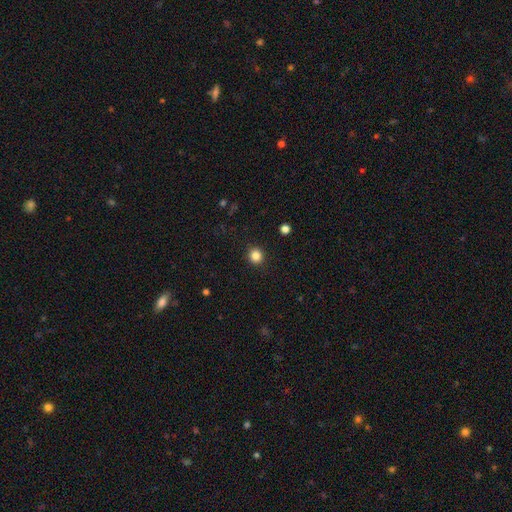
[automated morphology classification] Q: Smooth or featured?
A: smooth (84%); runner-up: star or artifact (12%)
Q: How rounded?
A: round (91%); runner-up: in between (8%)
Q: Merging?
A: none (92%); runner-up: minor disturbance (5%)